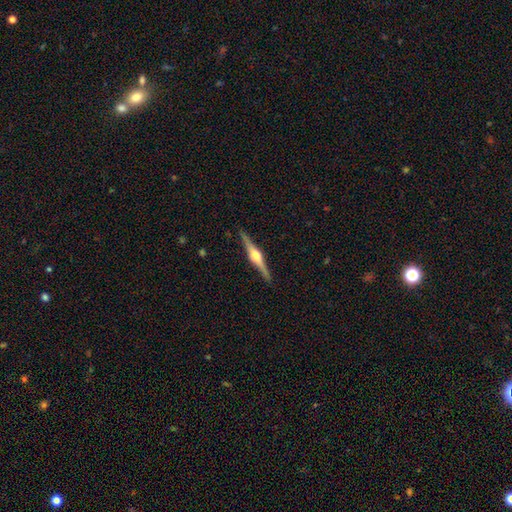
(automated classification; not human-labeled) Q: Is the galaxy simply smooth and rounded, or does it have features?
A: featured or disk — 82%.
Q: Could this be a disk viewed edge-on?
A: yes — 98%.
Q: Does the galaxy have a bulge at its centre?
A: rounded — 92%.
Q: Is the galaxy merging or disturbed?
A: none — 90%.